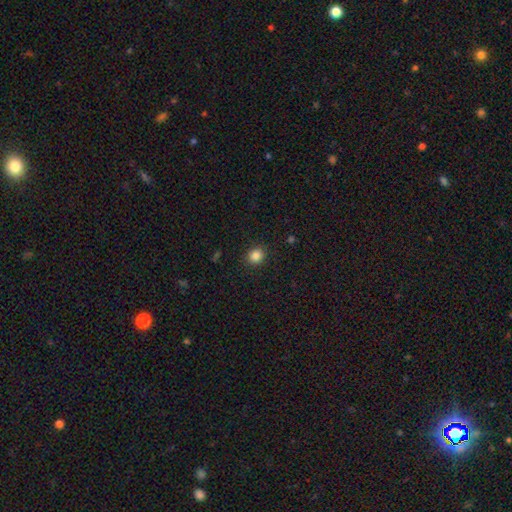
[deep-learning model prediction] The model was most divided on "how rounded": round: 79%, in between: 20%, cigar-shaped: 1%. More confident: merging — none (90%); smooth or featured — smooth (85%).